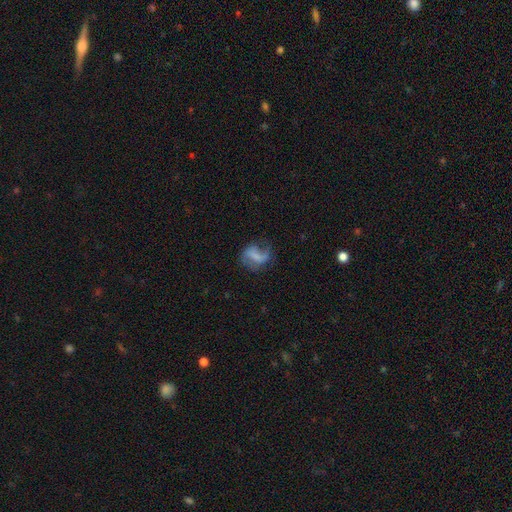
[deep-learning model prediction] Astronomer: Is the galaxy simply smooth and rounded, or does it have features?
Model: featured or disk — 62%.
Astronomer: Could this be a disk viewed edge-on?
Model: no — 97%.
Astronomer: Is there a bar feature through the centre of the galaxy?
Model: weak — 42% (runner-up: strong, 29%).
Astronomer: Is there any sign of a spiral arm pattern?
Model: yes — 84%.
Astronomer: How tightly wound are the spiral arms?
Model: loose — 60%.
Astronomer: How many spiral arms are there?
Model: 2 — 65%.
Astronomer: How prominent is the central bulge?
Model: none — 49% (runner-up: small, 27%).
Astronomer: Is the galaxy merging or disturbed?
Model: none — 51%.